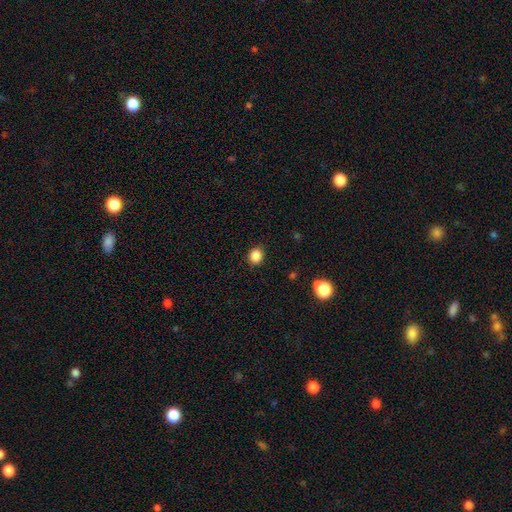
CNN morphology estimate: Smooth or featured: smooth — 86% (star or artifact — 11%)
How rounded: round — 63% (in between — 36%)
Merging: none — 88% (minor disturbance — 8%)